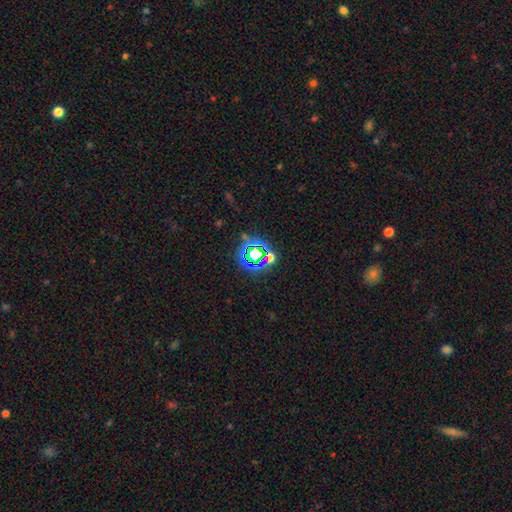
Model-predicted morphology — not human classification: Q: Smooth or featured?
A: star or artifact (70%); runner-up: smooth (20%)